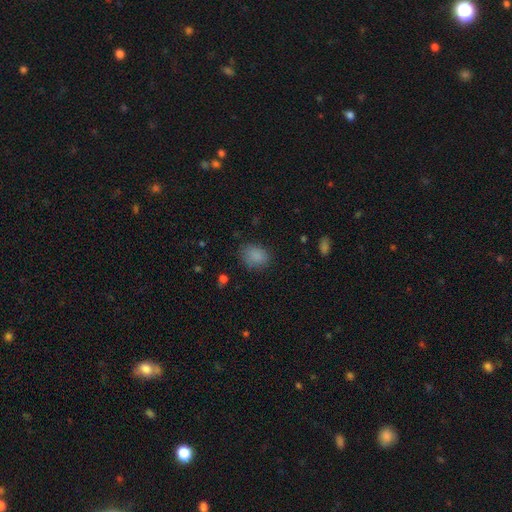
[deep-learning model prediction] The model was most divided on "how rounded": in between: 59%, round: 40%, cigar-shaped: 1%. More confident: smooth or featured — smooth (84%); merging — none (76%).